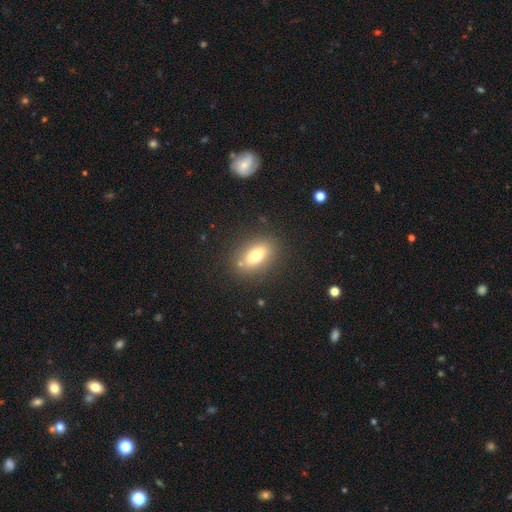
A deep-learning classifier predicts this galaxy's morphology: A smooth galaxy with no disk features (72%) that is in between round and cigar-shaped (82%). Merging: none (81%).